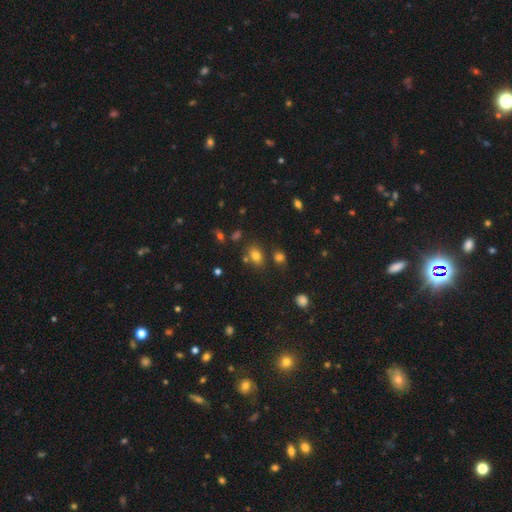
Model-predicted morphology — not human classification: This is likely a smooth galaxy (77%). How rounded: likely in between (68%). Merging: likely none (70%).